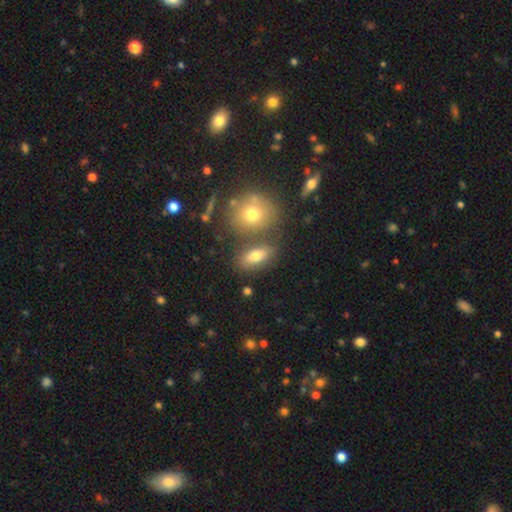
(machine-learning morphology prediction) Q: Smooth or featured?
A: smooth (71%); runner-up: featured or disk (17%)
Q: How rounded?
A: in between (75%); runner-up: round (15%)
Q: Merging?
A: none (66%); runner-up: merger (17%)